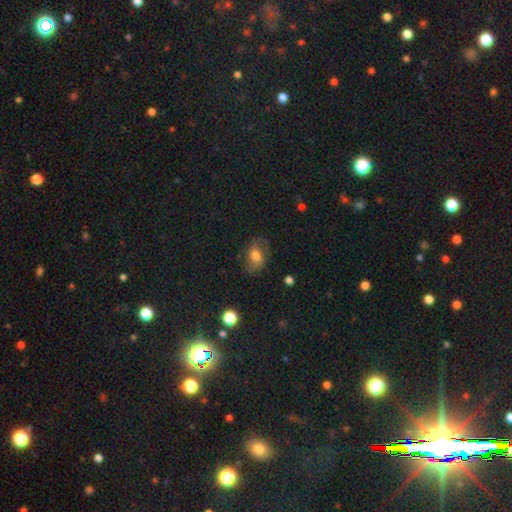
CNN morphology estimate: This appears to be a smooth galaxy with no disk features (52%) that is in between round and cigar-shaped (73%). Merging: none (70%).